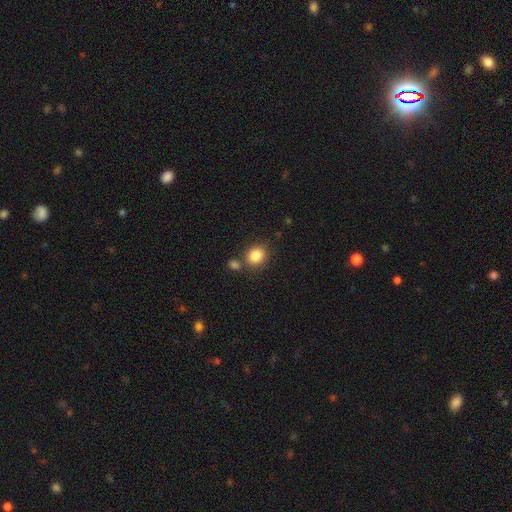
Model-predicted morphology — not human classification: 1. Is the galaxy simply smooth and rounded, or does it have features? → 85% smooth, 9% star or artifact, 5% featured or disk.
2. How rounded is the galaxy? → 73% round, 26% in between, 1% cigar-shaped.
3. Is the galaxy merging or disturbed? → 70% none, 16% merger, 10% minor disturbance, 3% major disturbance.